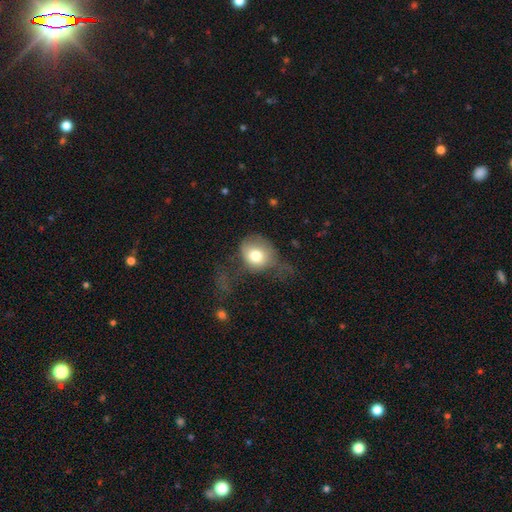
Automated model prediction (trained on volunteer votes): This is likely a smooth galaxy (76%). How rounded: likely round (70%). Merging: marginally major disturbance (41%).